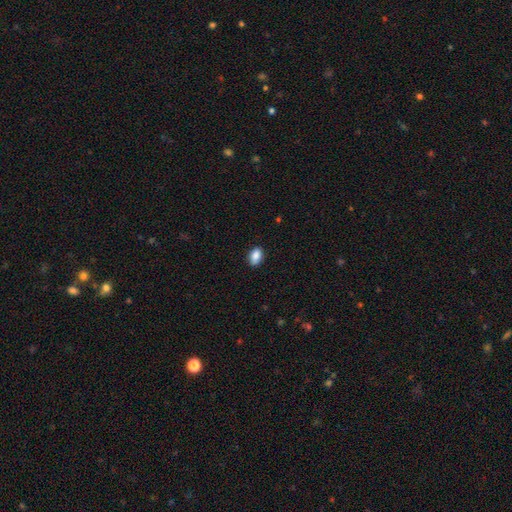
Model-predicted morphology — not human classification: Overall: smooth (87%). How rounded: in between (86%). Merging: none (86%).